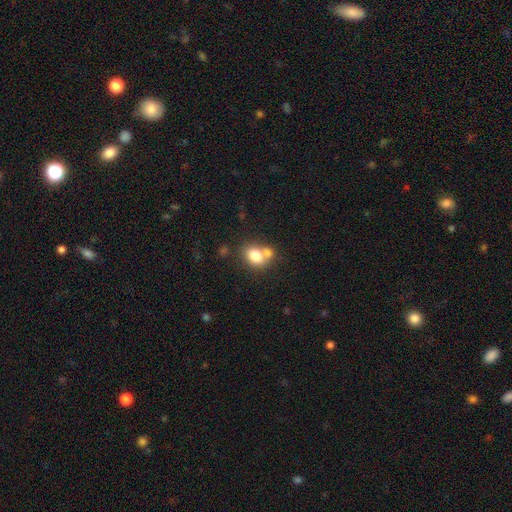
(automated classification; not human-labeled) Q: Smooth or featured?
A: smooth (78%); runner-up: featured or disk (12%)
Q: How rounded?
A: in between (53%); runner-up: round (46%)
Q: Merging?
A: merger (43%); runner-up: none (42%)